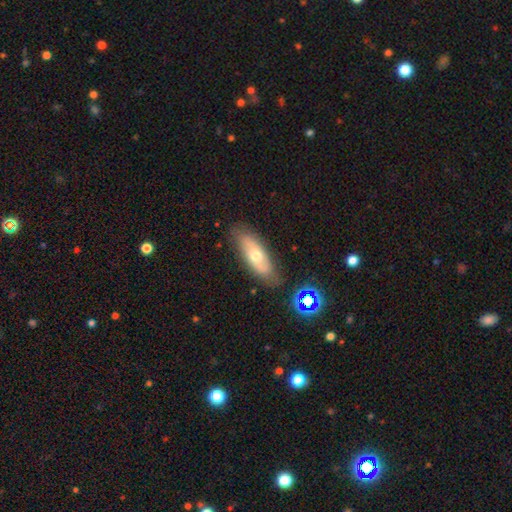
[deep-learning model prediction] This is possibly a smooth galaxy (48%). Merging: likely none (79%).